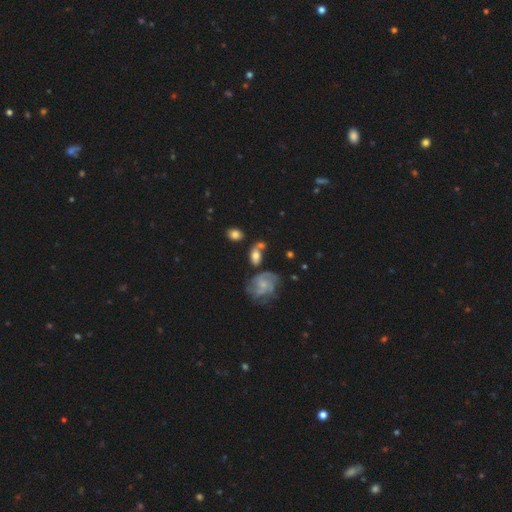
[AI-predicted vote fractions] This appears to be a smooth galaxy with no disk features (47%). Merging: none (52%).